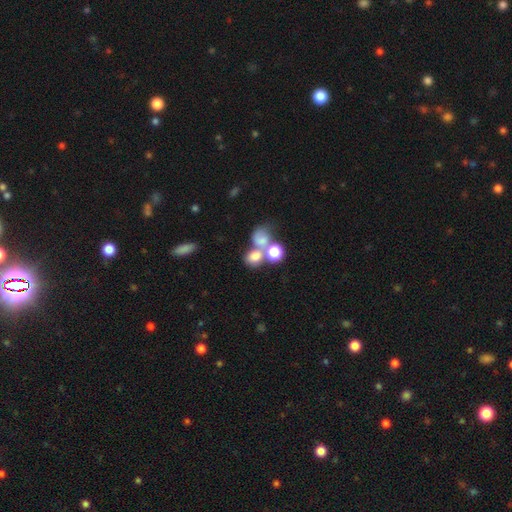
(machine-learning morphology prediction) This appears to be a smooth galaxy with no disk features (70%) that is round (58%). Merging: merger (55%).